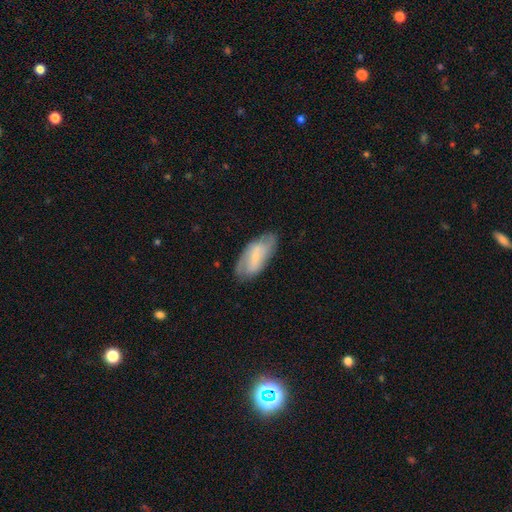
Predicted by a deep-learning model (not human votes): Smooth or featured: featured or disk — 54% (smooth — 39%)
Edge-on disk: no — 90% (yes — 10%)
Merging: none — 73% (minor disturbance — 21%)